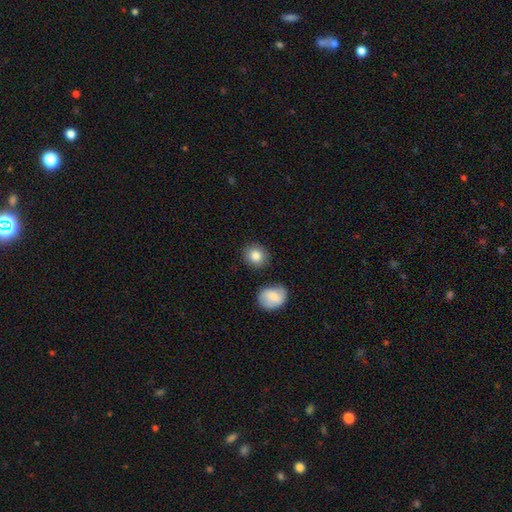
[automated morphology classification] Smooth or featured? smooth (86%)
How rounded? round (80%)
Merging? none (84%)